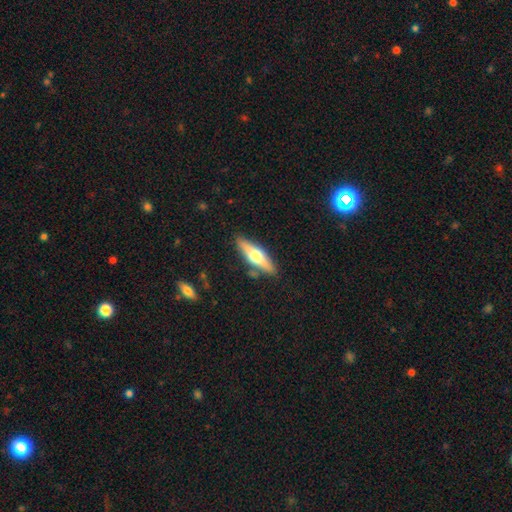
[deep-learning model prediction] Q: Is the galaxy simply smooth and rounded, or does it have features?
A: featured or disk — 53%.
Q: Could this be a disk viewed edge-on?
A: yes — 90%.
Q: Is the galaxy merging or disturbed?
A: none — 84%.